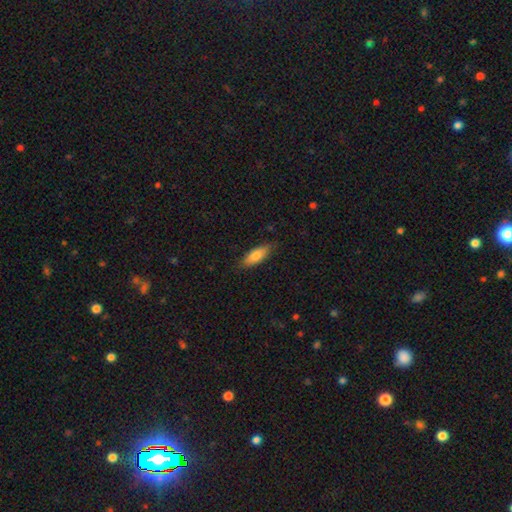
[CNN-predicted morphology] smooth-or-featured: smooth: 80% | featured or disk: 14% | star or artifact: 6%
  how-rounded: in between: 65% | cigar-shaped: 33% | round: 2%
  merging: none: 83% | minor disturbance: 14% | major disturbance: 3% | merger: 1%